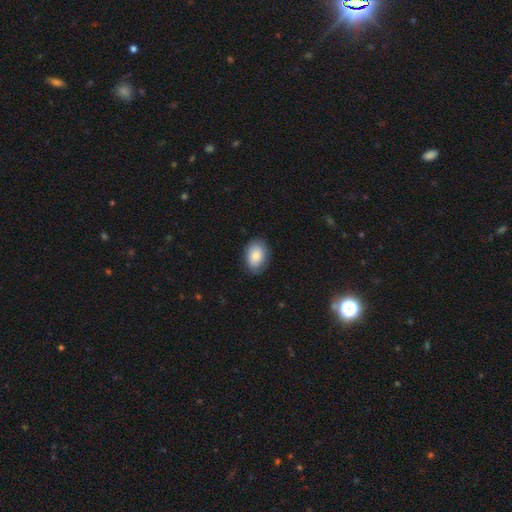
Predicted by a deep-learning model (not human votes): Q: Smooth or featured?
A: smooth (82%); runner-up: featured or disk (11%)
Q: How rounded?
A: in between (82%); runner-up: round (17%)
Q: Merging?
A: none (83%); runner-up: minor disturbance (13%)